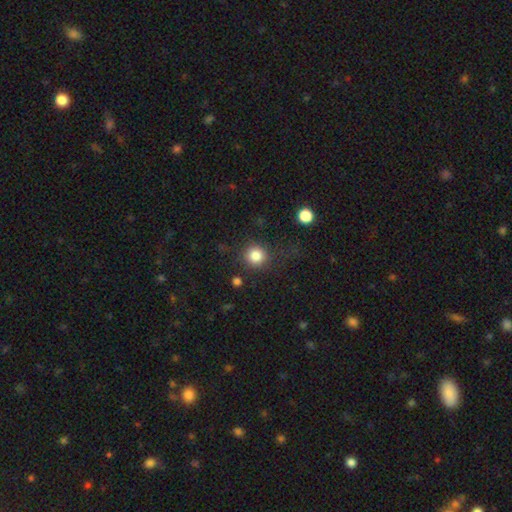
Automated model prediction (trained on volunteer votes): Morphology: type=smooth (84%); roundness=round (92%); merging=none (81%).